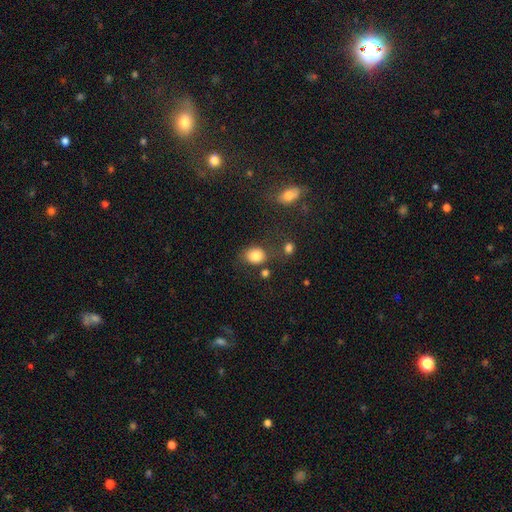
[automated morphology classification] Smooth or featured: smooth — 83% (star or artifact — 10%)
How rounded: round — 51% (in between — 48%)
Merging: none — 70% (minor disturbance — 16%)